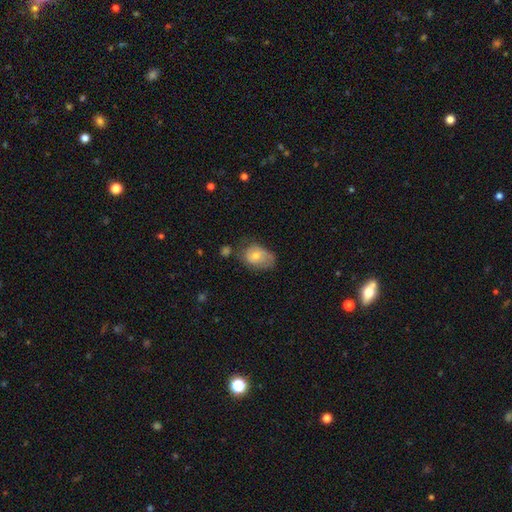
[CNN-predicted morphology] This appears to be a smooth galaxy with no disk features (58%) that is in between round and cigar-shaped (73%). Merging: none (44%).